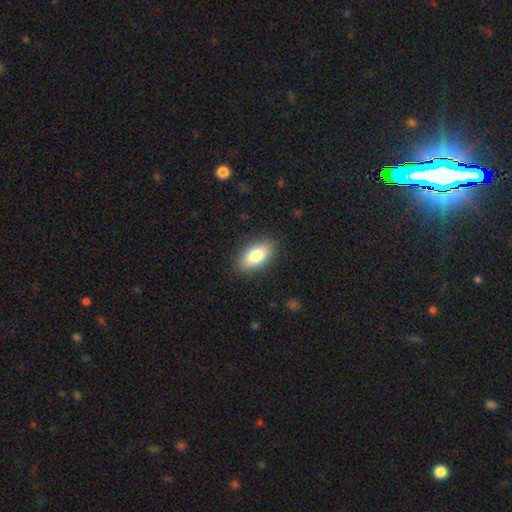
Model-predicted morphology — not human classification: smooth-or-featured: smooth: 83% | featured or disk: 11% | star or artifact: 7%
  how-rounded: in between: 91% | cigar-shaped: 5% | round: 4%
  merging: none: 88% | minor disturbance: 9% | major disturbance: 2% | merger: 1%